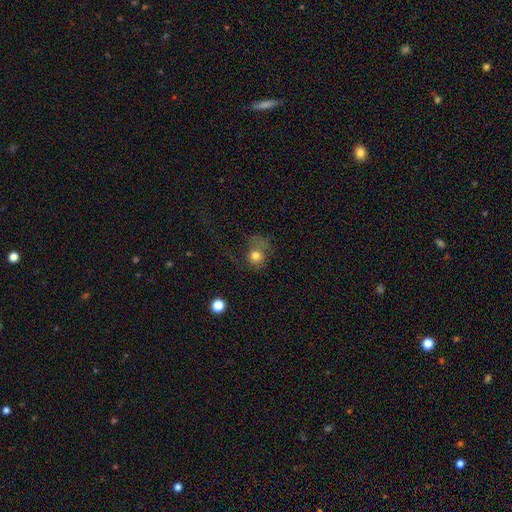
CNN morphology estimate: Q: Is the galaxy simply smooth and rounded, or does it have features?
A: smooth — 69%.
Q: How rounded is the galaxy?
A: round — 79%.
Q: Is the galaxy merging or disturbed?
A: none — 42%.